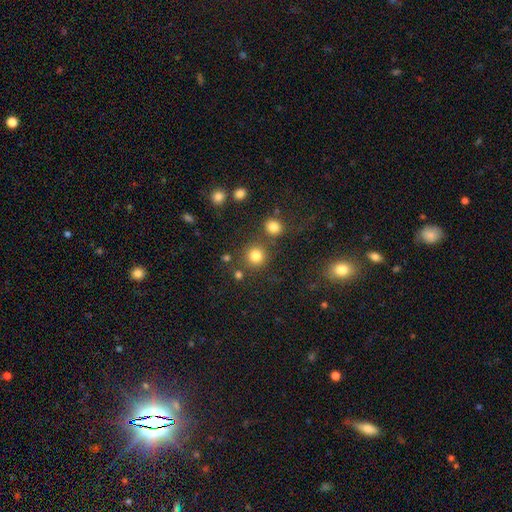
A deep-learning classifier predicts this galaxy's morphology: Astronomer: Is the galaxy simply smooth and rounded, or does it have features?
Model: smooth — 80%.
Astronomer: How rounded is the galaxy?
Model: round — 92%.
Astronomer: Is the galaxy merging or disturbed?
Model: none — 78%.